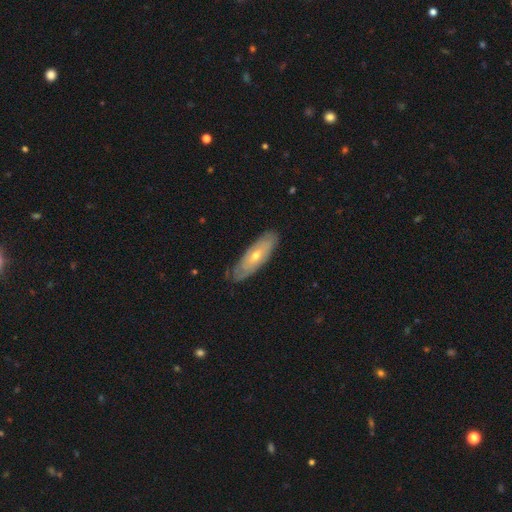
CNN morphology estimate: Smooth or featured?
  - featured or disk: 56% *
  - smooth: 38%
  - star or artifact: 6%
Edge-on disk?
  - no: 71% *
  - yes: 29%
Merging?
  - none: 77% *
  - minor disturbance: 18%
  - major disturbance: 3%
  - merger: 1%